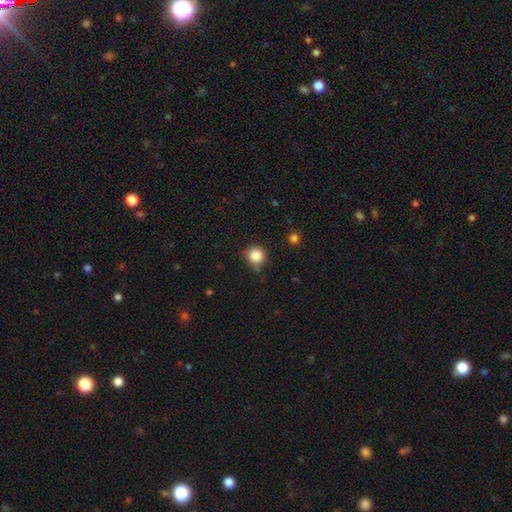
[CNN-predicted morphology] smooth-or-featured: smooth: 85% | star or artifact: 11% | featured or disk: 4%
  how-rounded: round: 93% | in between: 6% | cigar-shaped: 1%
  merging: none: 78% | minor disturbance: 15% | merger: 4% | major disturbance: 3%